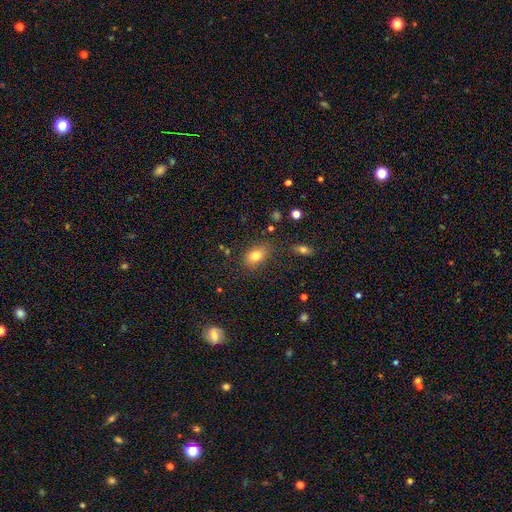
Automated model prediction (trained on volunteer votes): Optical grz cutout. It shows a smooth galaxy with no disk features (79%) that is in between round and cigar-shaped (80%). Merging: none (77%).